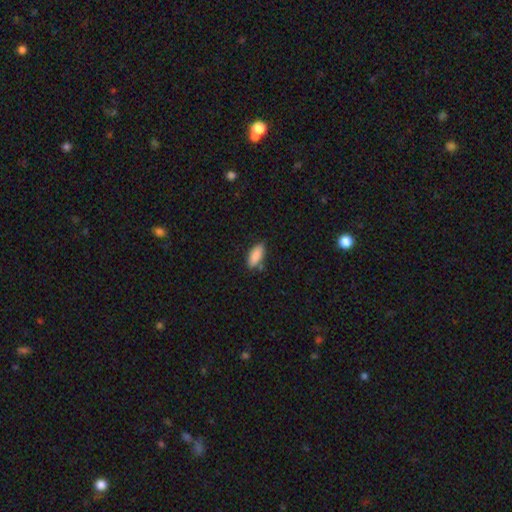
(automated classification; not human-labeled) A smooth galaxy with no disk features (88%) that is in between round and cigar-shaped (81%).

Vote fractions:
- Smooth or featured? smooth: 88% / star or artifact: 7% / featured or disk: 5%
- How rounded? in between: 81% / cigar-shaped: 17% / round: 2%
- Merging? none: 78% / minor disturbance: 16% / merger: 4% / major disturbance: 3%